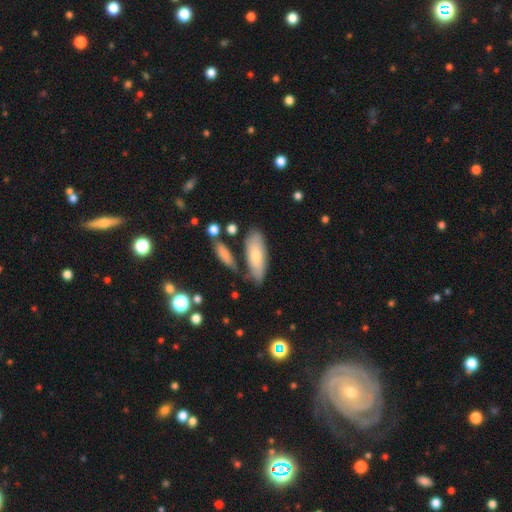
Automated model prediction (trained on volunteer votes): Smooth or featured? Predicted: smooth (p=0.67). How rounded? Predicted: in between (p=0.74). Merging? Predicted: none (p=0.65).